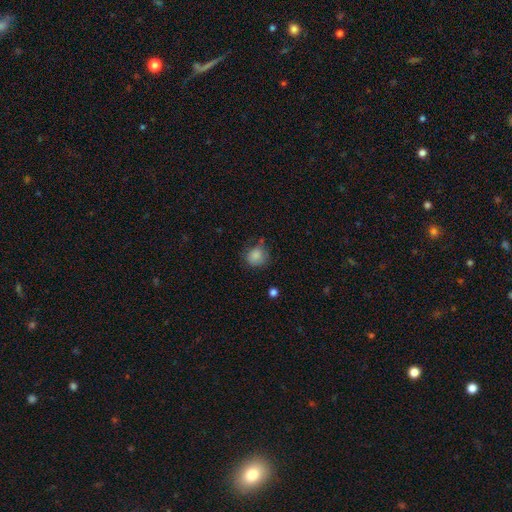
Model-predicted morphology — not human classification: A smooth galaxy with no disk features (85%) that is round (77%).

Vote fractions:
- Smooth or featured? smooth: 85% / star or artifact: 9% / featured or disk: 6%
- How rounded? round: 77% / in between: 22% / cigar-shaped: 1%
- Merging? none: 65% / minor disturbance: 25% / major disturbance: 7% / merger: 3%